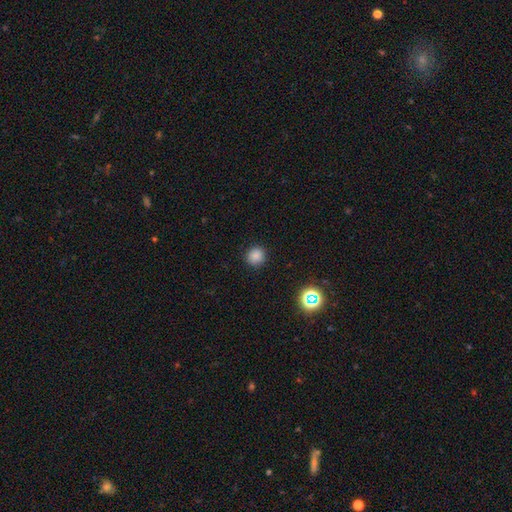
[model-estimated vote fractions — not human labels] Morphology: type=smooth (84%); roundness=round (91%); merging=none (90%).